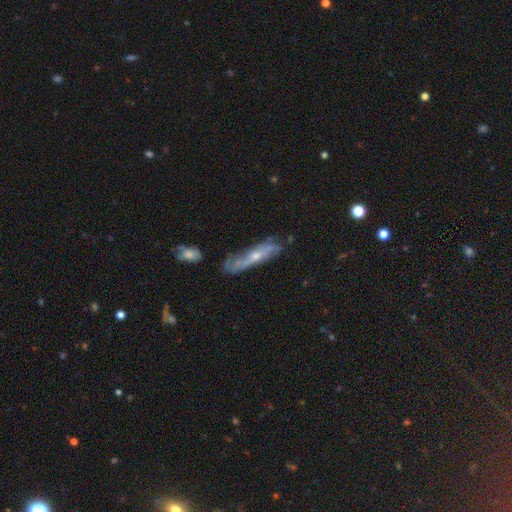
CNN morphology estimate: smooth-or-featured: featured or disk: 67% | smooth: 25% | star or artifact: 8%
  disk-edge-on: no: 51% | yes: 49%
  merging: none: 60% | minor disturbance: 25% | major disturbance: 10% | merger: 5%